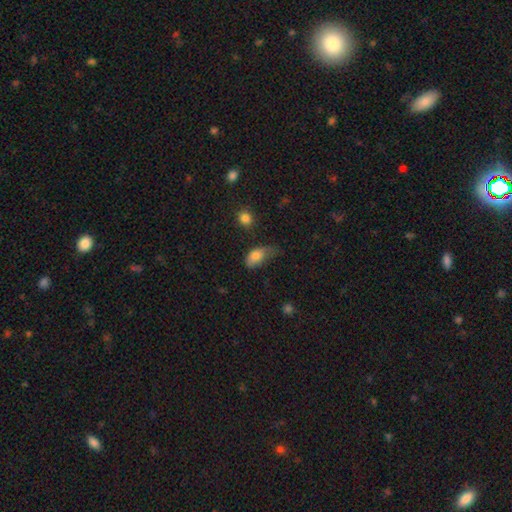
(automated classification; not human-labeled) smooth-or-featured: smooth: 78% | featured or disk: 13% | star or artifact: 9%
  how-rounded: in between: 89% | round: 8% | cigar-shaped: 3%
  merging: minor disturbance: 41% | major disturbance: 33% | none: 23% | merger: 3%